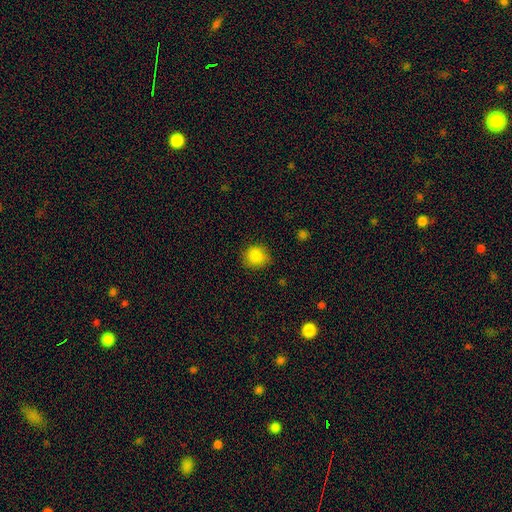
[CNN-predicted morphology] A smooth galaxy with no disk features (87%) that is round (86%).

Vote fractions:
- Smooth or featured? smooth: 87% / star or artifact: 10% / featured or disk: 4%
- How rounded? round: 86% / in between: 13% / cigar-shaped: 1%
- Merging? none: 84% / minor disturbance: 12% / major disturbance: 3% / merger: 1%